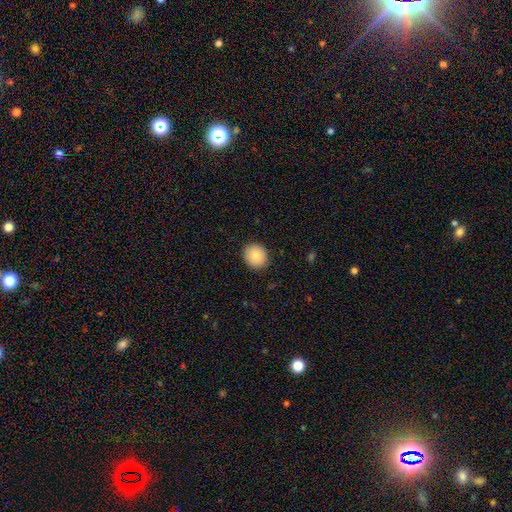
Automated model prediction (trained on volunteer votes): smooth-or-featured: smooth: 85% | star or artifact: 8% | featured or disk: 7%
  how-rounded: round: 83% | in between: 16% | cigar-shaped: 1%
  merging: none: 89% | minor disturbance: 8% | major disturbance: 2% | merger: 1%